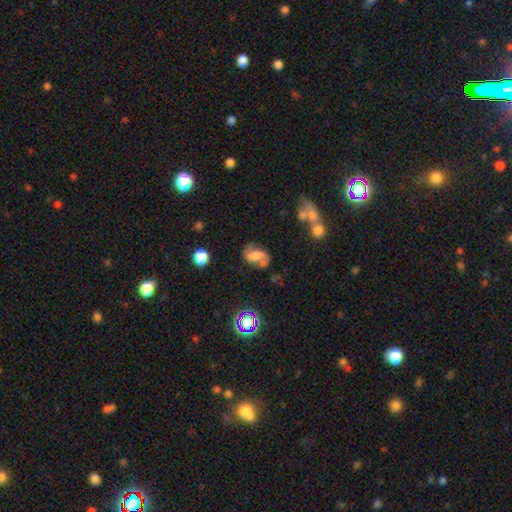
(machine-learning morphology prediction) A featured or disk galaxy (52%).

Vote fractions:
- Smooth or featured? featured or disk: 52% / smooth: 35% / star or artifact: 13%
- Edge-on disk? no: 96% / yes: 4%
- Merging? none: 51% / minor disturbance: 23% / major disturbance: 13% / merger: 12%